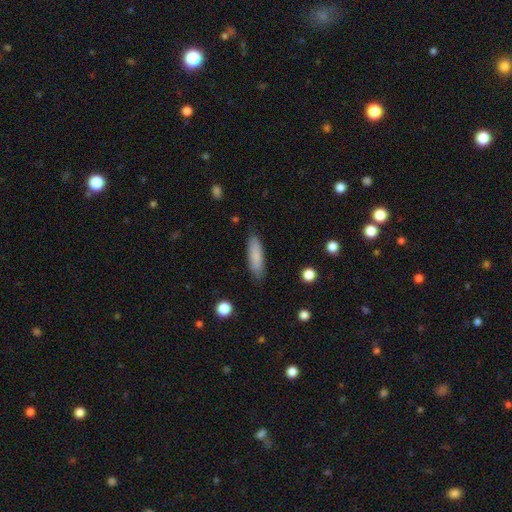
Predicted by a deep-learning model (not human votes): smooth-or-featured: smooth: 83% | featured or disk: 11% | star or artifact: 6%
  how-rounded: cigar-shaped: 63% | in between: 36% | round: 2%
  merging: none: 85% | minor disturbance: 11% | major disturbance: 2% | merger: 1%